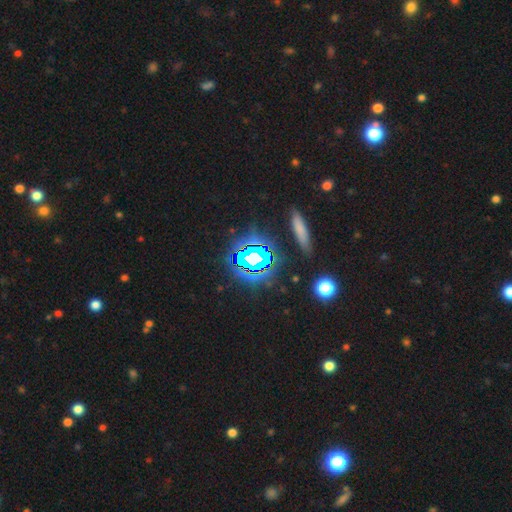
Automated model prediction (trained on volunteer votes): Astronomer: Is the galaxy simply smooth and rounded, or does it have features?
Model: star or artifact — 73%.